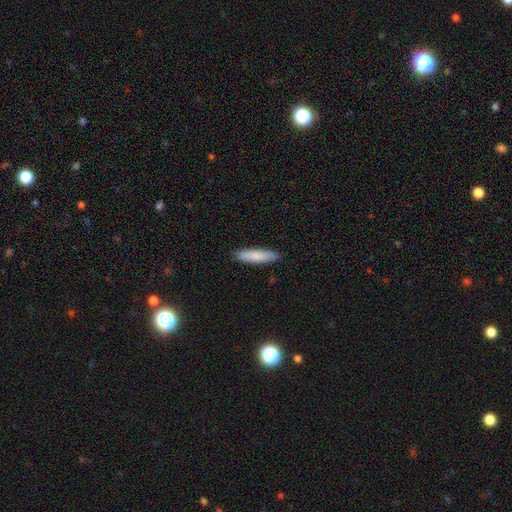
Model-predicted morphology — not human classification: A smooth galaxy with no disk features (82%) that is cigar-shaped (74%).

Vote fractions:
- Smooth or featured? smooth: 82% / featured or disk: 12% / star or artifact: 5%
- How rounded? cigar-shaped: 74% / in between: 24% / round: 1%
- Merging? none: 89% / minor disturbance: 8% / major disturbance: 2% / merger: 1%